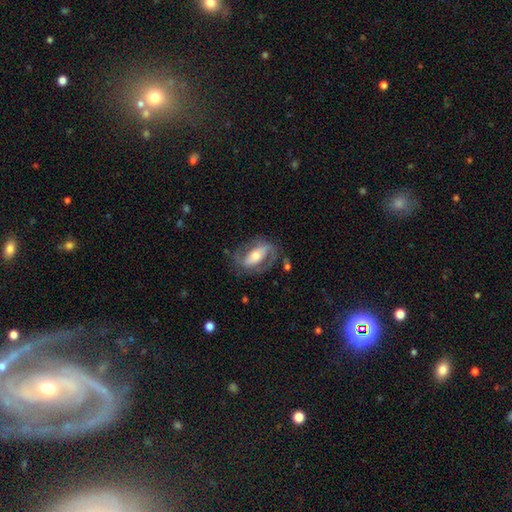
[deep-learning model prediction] Smooth or featured? featured or disk (78%)
Edge-on disk? no (93%)
Bar? strong (50%)
Spiral arms? yes (86%)
Spiral winding? medium (47%)
Spiral arm count? 2 (82%)
Bulge size? moderate (59%)
Merging? none (68%)